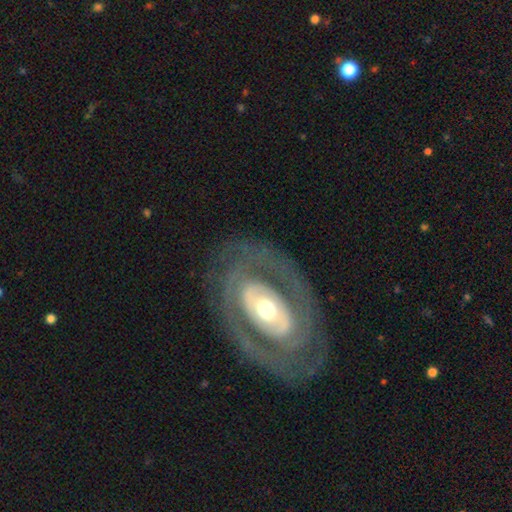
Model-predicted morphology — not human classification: Smooth or featured? Predicted: featured or disk (p=0.78). Edge-on disk? Predicted: no (p=0.93). Bar? Predicted: no (p=0.61). Spiral arms? Predicted: yes (p=0.51). Bulge size? Predicted: moderate (p=0.61). Merging? Predicted: none (p=0.80).